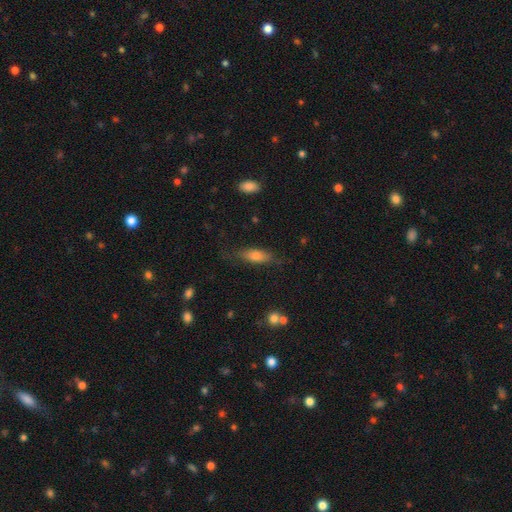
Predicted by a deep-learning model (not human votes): Q: Smooth or featured?
A: smooth (71%); runner-up: featured or disk (20%)
Q: How rounded?
A: in between (61%); runner-up: cigar-shaped (36%)
Q: Merging?
A: none (70%); runner-up: minor disturbance (20%)